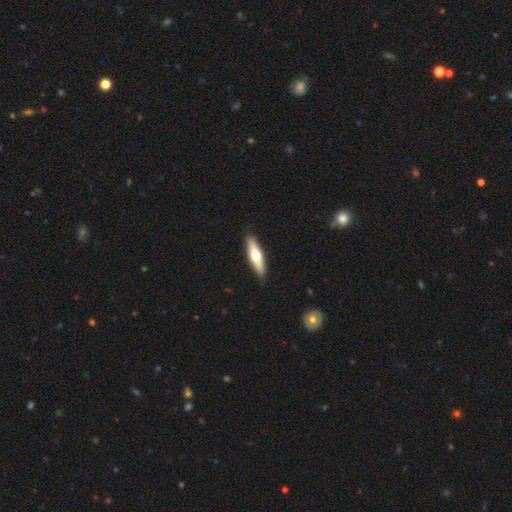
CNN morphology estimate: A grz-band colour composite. It shows a smooth galaxy with no disk features (49%). Merging: none (90%).